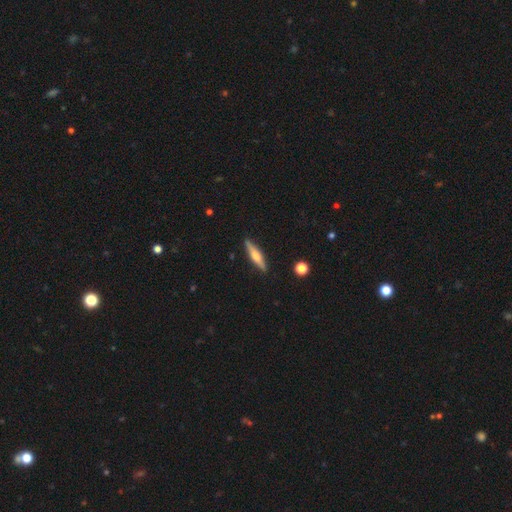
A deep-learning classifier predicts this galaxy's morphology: smooth_or_featured: featured or disk (p=0.57) [alt: smooth p=0.37]
disk_edge_on: yes (p=0.96) [alt: no p=0.04]
edge_on_bulge: rounded (p=0.86) [alt: boxy p=0.08]
merging: none (p=0.90) [alt: minor disturbance p=0.07]